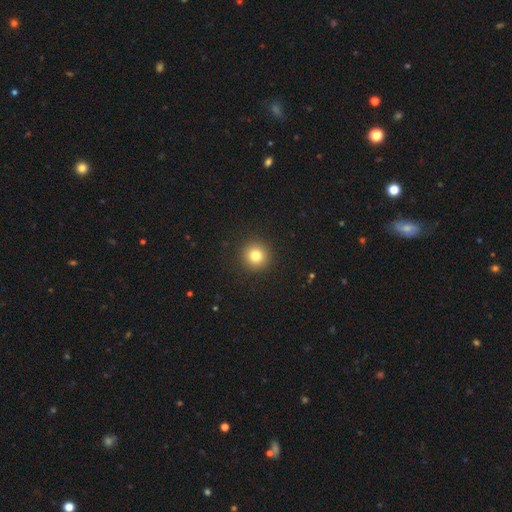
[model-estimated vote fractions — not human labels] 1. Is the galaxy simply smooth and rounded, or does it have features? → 80% smooth, 12% star or artifact, 8% featured or disk.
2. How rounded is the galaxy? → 95% round, 4% in between, 1% cigar-shaped.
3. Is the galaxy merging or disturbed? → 93% none, 5% minor disturbance, 2% major disturbance, 1% merger.